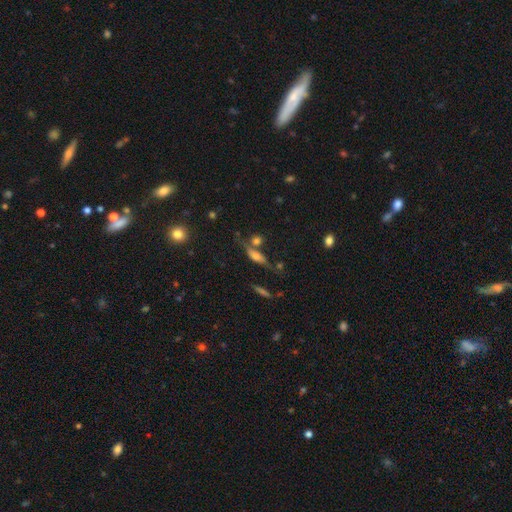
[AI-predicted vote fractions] A featured or disk galaxy (44%). Merging: none (60%).